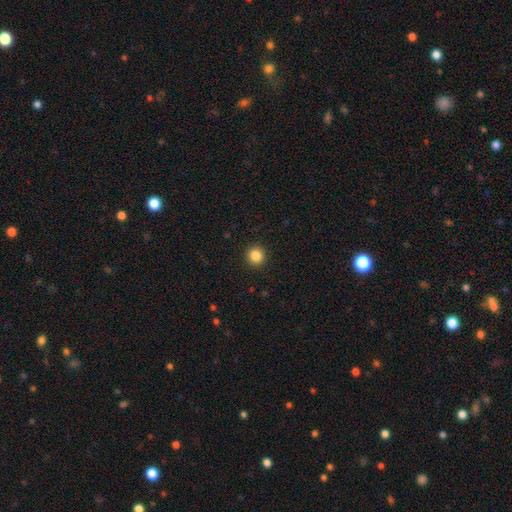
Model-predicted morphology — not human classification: Smooth or featured? Predicted: smooth (p=0.85). How rounded? Predicted: round (p=0.93). Merging? Predicted: none (p=0.93).